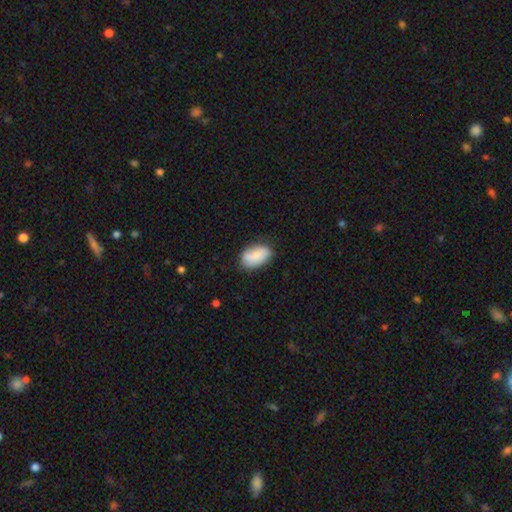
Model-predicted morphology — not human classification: Overall: smooth (76%). How rounded: in between (92%). Merging: none (71%).